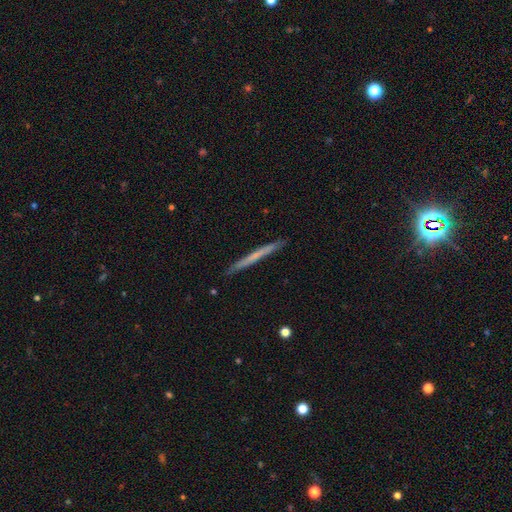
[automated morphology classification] This is possibly a smooth galaxy (49%). Merging: clearly none (91%).